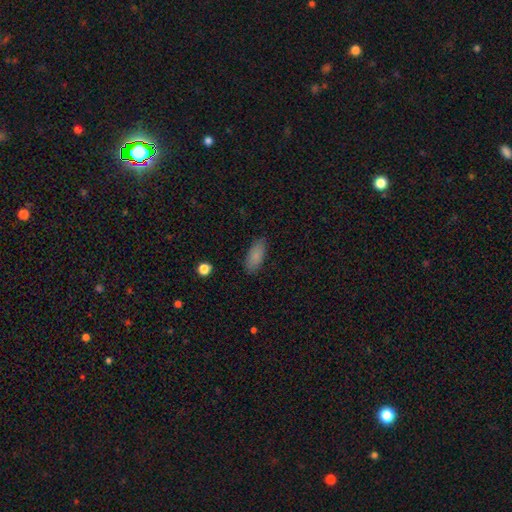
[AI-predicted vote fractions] Smooth or featured: smooth — 85% (star or artifact — 8%)
How rounded: in between — 84% (cigar-shaped — 14%)
Merging: none — 85% (minor disturbance — 12%)